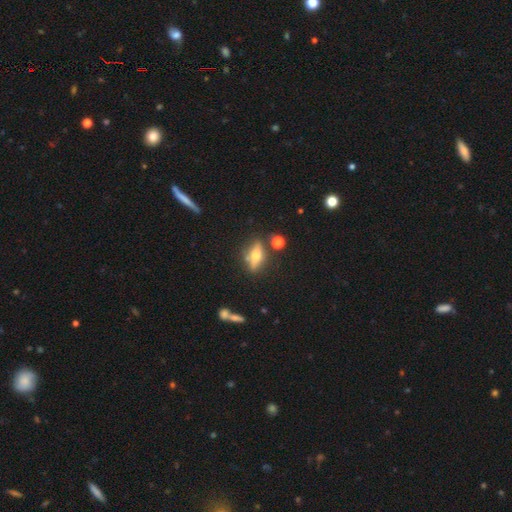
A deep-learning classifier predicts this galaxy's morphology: Smooth or featured? Predicted: featured or disk (p=0.55). Edge-on disk? Predicted: yes (p=0.88). Merging? Predicted: none (p=0.78).